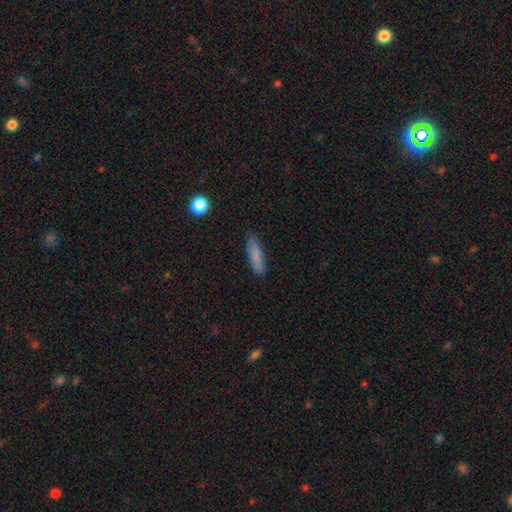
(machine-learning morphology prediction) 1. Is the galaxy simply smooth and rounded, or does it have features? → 82% smooth, 10% featured or disk, 7% star or artifact.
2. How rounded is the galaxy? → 72% cigar-shaped, 26% in between, 2% round.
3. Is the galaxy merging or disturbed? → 84% none, 12% minor disturbance, 2% major disturbance, 1% merger.